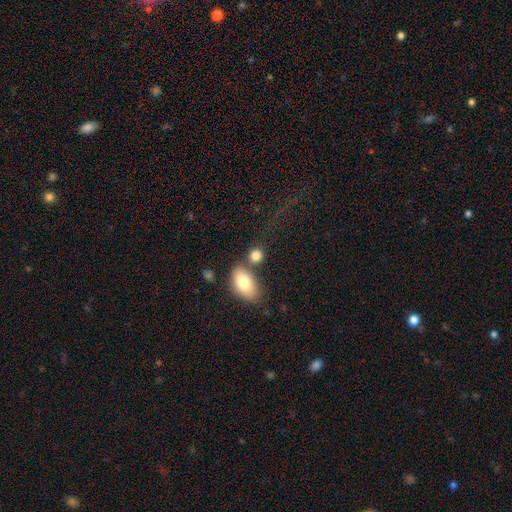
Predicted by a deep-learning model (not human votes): A smooth galaxy with no disk features (81%) that is round (54%). Merging: none (58%).